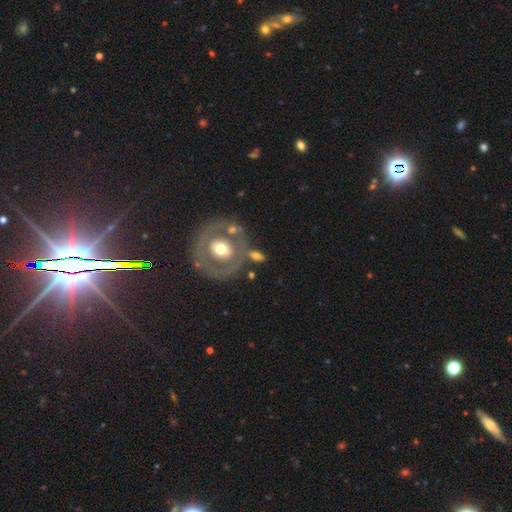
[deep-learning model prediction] Smooth or featured: featured or disk — 49% (smooth — 44%)
Merging: none — 66% (minor disturbance — 14%)